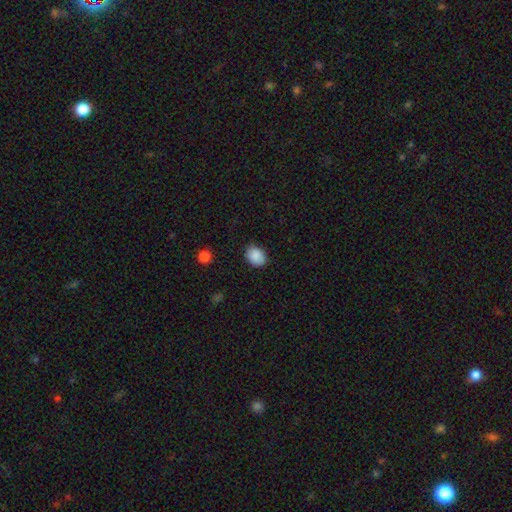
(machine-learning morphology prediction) smooth 89%, star or artifact 8%, featured or disk 4%. Down the decision tree: how rounded — in between (61%); merging — none (82%).